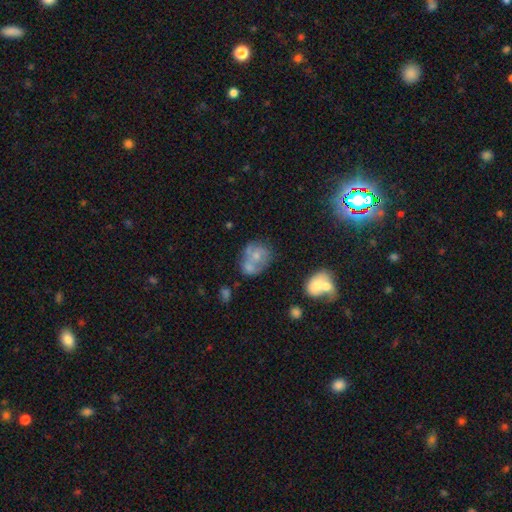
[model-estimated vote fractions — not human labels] Smooth or featured? Predicted: smooth (p=0.47). Merging? Predicted: merger (p=0.43).